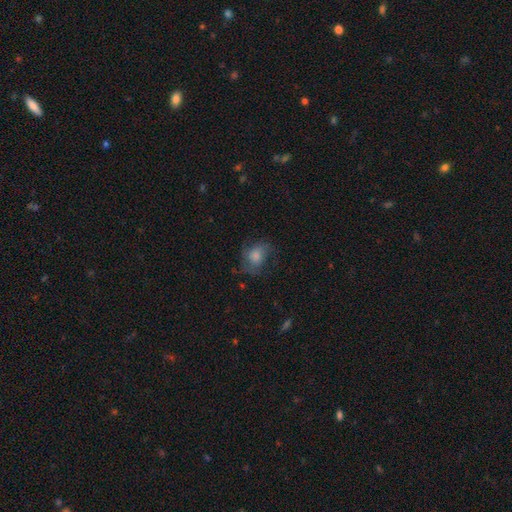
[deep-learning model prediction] A smooth galaxy with no disk features (59%) that is in between round and cigar-shaped (53%). Merging: none (53%).